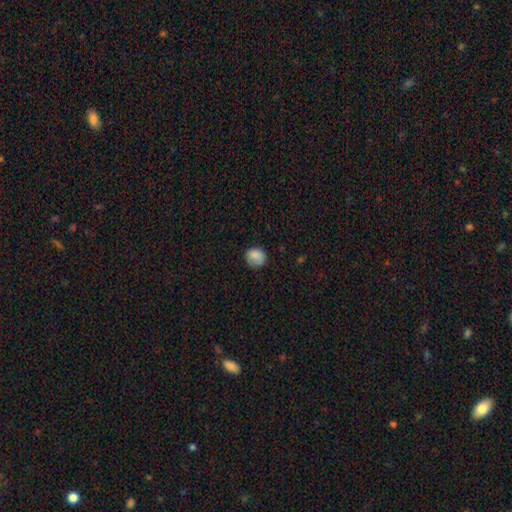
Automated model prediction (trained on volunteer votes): Smooth or featured? Predicted: smooth (p=0.85). How rounded? Predicted: round (p=0.79). Merging? Predicted: none (p=0.75).